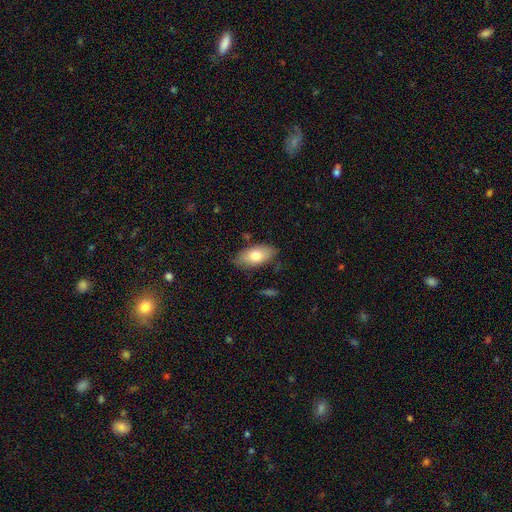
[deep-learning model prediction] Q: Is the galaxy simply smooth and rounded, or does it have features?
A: smooth — 76%.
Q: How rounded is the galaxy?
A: in between — 92%.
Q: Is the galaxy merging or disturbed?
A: none — 79%.